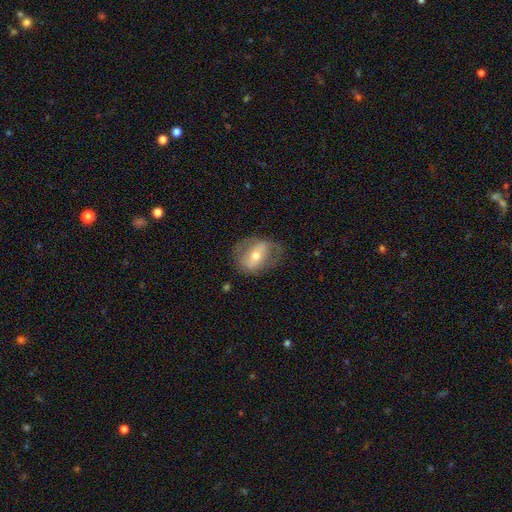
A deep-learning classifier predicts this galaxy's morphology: A featured or disk galaxy (55%) with a strong bar (38%), no spiral arms (55%) and a moderate central bulge (63%). Merging: none (66%).